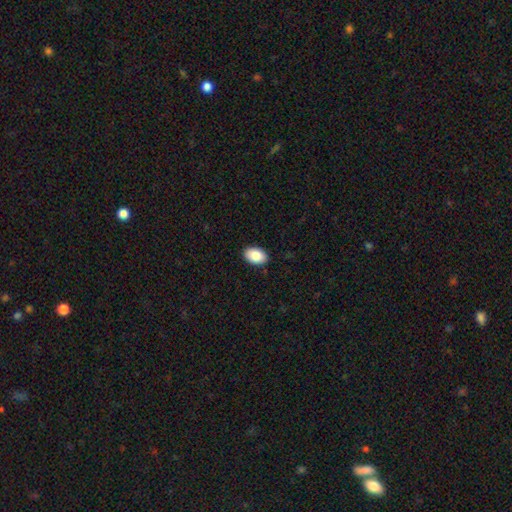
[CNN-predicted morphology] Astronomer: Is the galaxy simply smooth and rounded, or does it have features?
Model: smooth — 87%.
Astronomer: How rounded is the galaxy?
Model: in between — 90%.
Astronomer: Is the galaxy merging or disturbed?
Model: none — 90%.